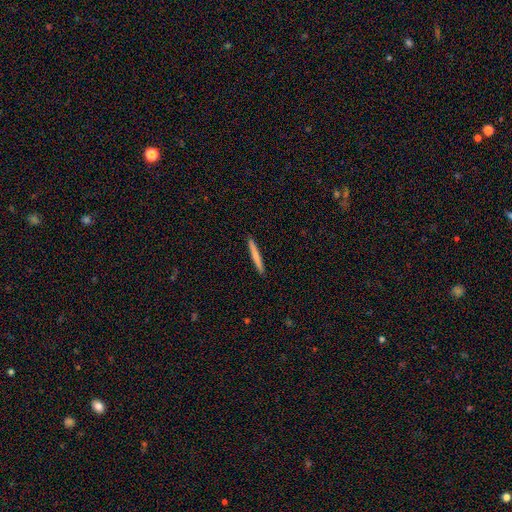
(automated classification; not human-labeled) This appears to be a smooth galaxy with no disk features (70%) that is cigar-shaped (97%). Merging: none (93%).